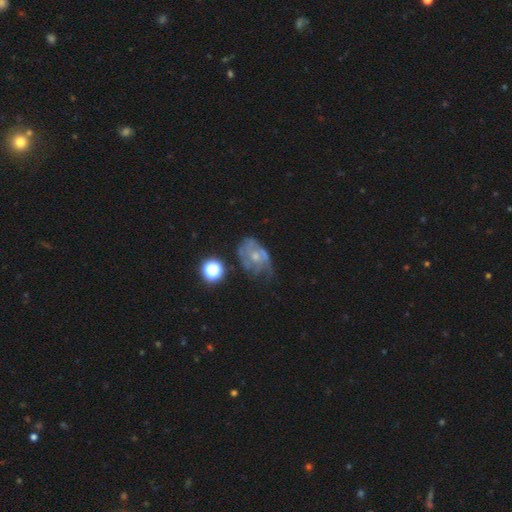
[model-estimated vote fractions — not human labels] This appears to be a featured or disk galaxy (64%) with no bar (82%), spiral arms (67%) and a small central bulge (47%). Merging: none (37%).